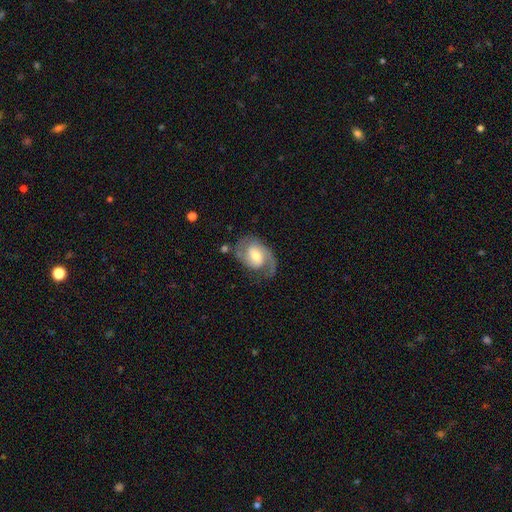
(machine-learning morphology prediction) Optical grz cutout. It shows a featured or disk galaxy (81%) with a weak bar (49%), 2 (80%) medium (52%) spiral arms (94%) and a moderate central bulge (57%). Merging: none (67%).